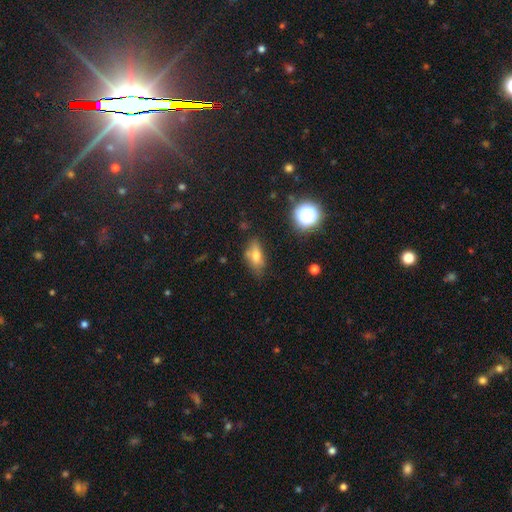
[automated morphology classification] A smooth galaxy with no disk features (63%) that is in between round and cigar-shaped (79%). Merging: none (63%).